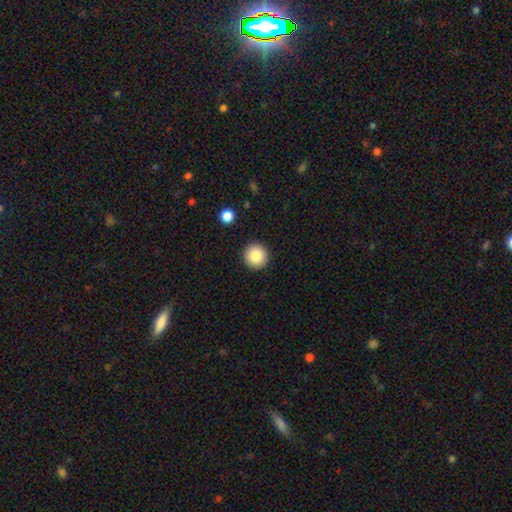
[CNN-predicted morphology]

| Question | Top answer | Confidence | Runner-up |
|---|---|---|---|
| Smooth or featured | smooth | 85% | star or artifact (9%) |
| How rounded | round | 96% | in between (3%) |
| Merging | none | 92% | minor disturbance (5%) |